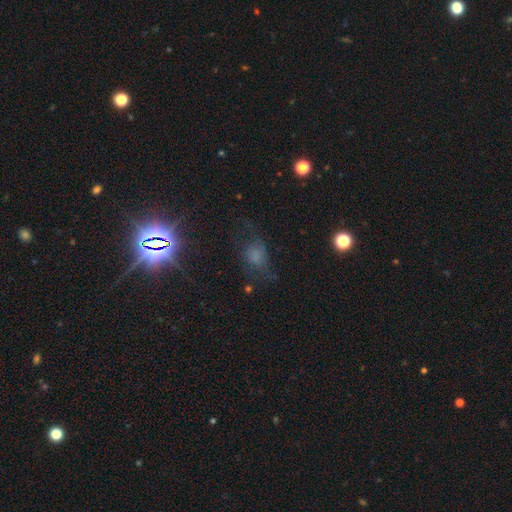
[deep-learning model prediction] smooth 49%, star or artifact 30%, featured or disk 21%. Down the decision tree: merging — none (49%).